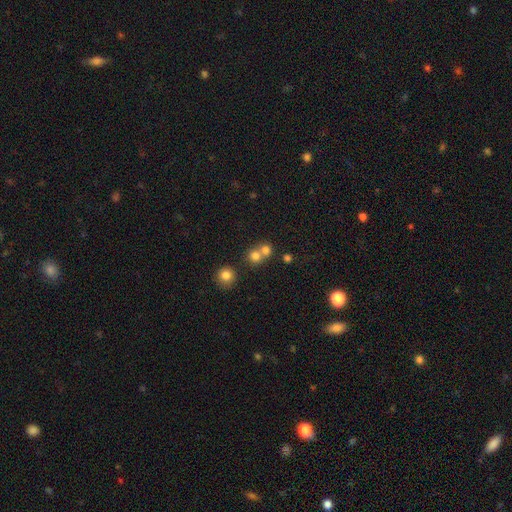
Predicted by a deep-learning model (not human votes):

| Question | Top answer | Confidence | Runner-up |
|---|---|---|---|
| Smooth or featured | smooth | 76% | star or artifact (14%) |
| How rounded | round | 85% | in between (14%) |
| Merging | merger | 49% | none (43%) |